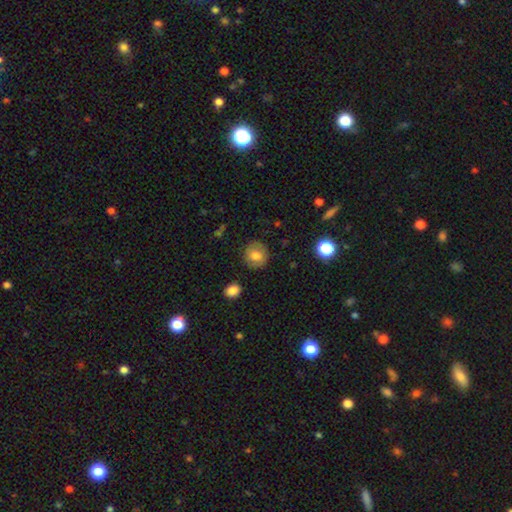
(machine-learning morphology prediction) The model was most divided on "smooth or featured": smooth: 74%, featured or disk: 17%, star or artifact: 9%. More confident: how rounded — round (87%); merging — none (83%).